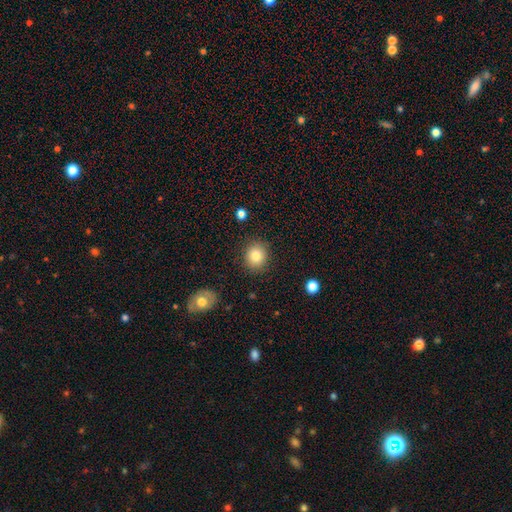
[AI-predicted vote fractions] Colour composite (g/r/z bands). It shows a smooth galaxy with no disk features (82%) that is round (79%). Merging: none (88%).